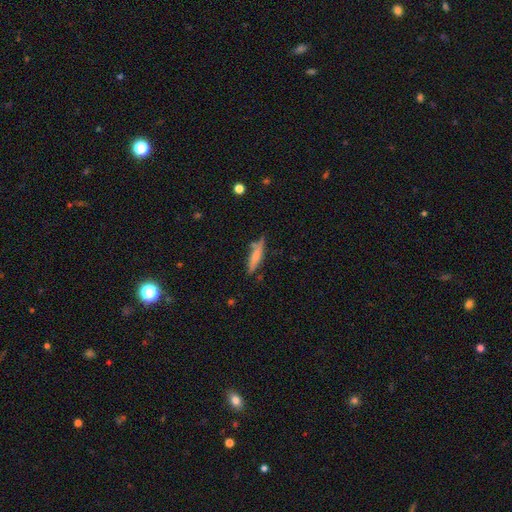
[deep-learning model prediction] This is likely a smooth galaxy (65%). How rounded: clearly cigar-shaped (80%). Merging: likely none (70%).